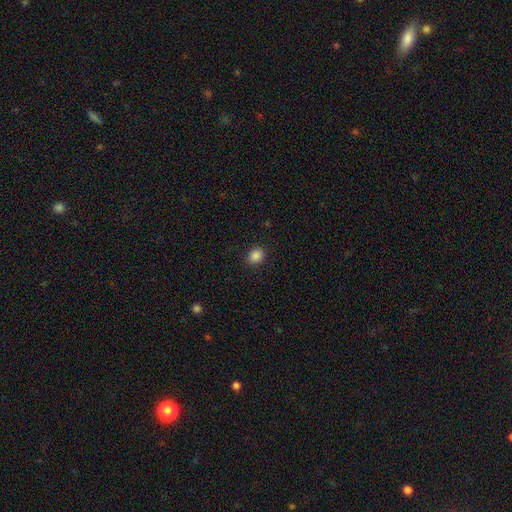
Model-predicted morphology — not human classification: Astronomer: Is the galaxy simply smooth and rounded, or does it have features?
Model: smooth — 86%.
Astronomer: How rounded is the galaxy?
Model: round — 58% (runner-up: in between, 41%).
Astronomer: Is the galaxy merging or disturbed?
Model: none — 89%.